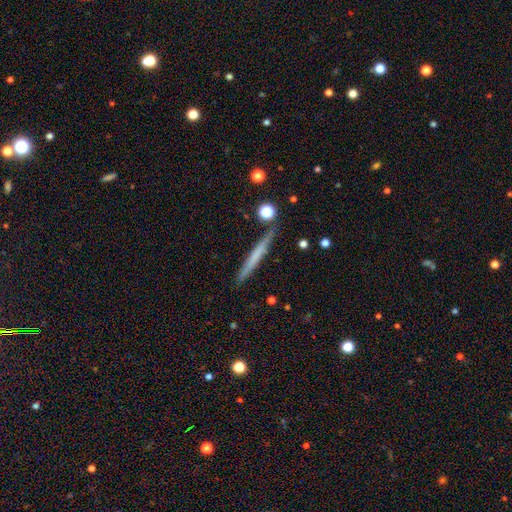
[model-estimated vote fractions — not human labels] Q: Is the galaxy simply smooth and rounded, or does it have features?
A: smooth — 53%.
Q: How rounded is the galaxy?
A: cigar-shaped — 96%.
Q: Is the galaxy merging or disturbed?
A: none — 86%.